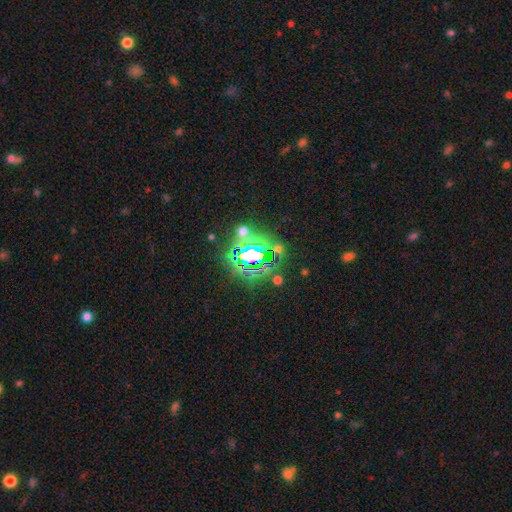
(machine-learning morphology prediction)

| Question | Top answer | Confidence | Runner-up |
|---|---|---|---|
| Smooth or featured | star or artifact | 77% | smooth (12%) |